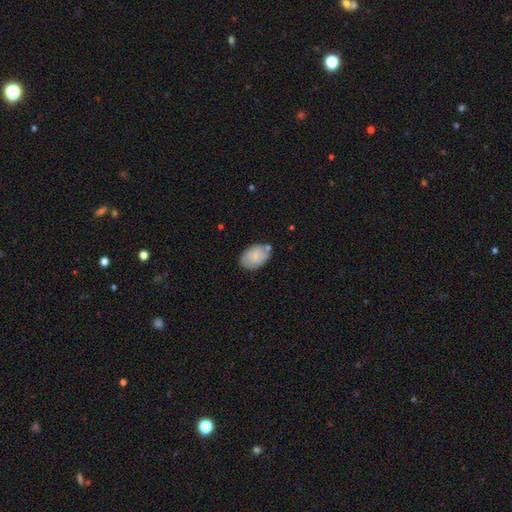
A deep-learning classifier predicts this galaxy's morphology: smooth-or-featured: smooth: 66% | featured or disk: 27% | star or artifact: 7%
  how-rounded: in between: 89% | round: 10% | cigar-shaped: 1%
  merging: none: 65% | minor disturbance: 23% | merger: 8% | major disturbance: 5%